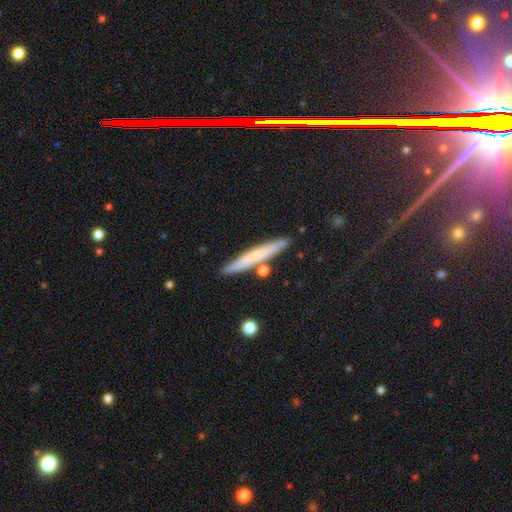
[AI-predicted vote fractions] The model was most divided on "smooth or featured": smooth: 59%, featured or disk: 33%, star or artifact: 8%. More confident: how rounded — cigar-shaped (95%); merging — none (84%).